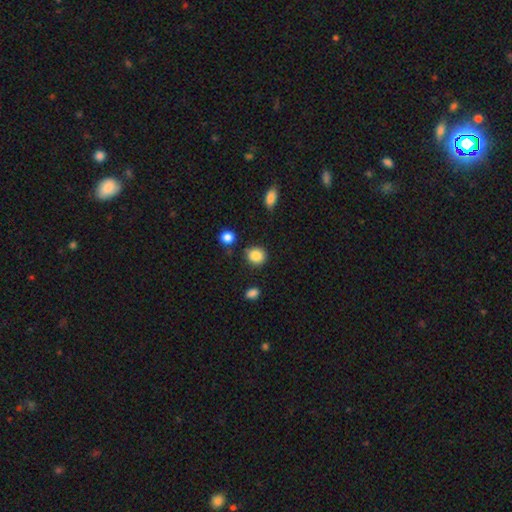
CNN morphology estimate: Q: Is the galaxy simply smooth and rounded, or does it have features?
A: smooth — 87%.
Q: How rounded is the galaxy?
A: round — 81%.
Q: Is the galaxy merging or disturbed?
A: none — 81%.